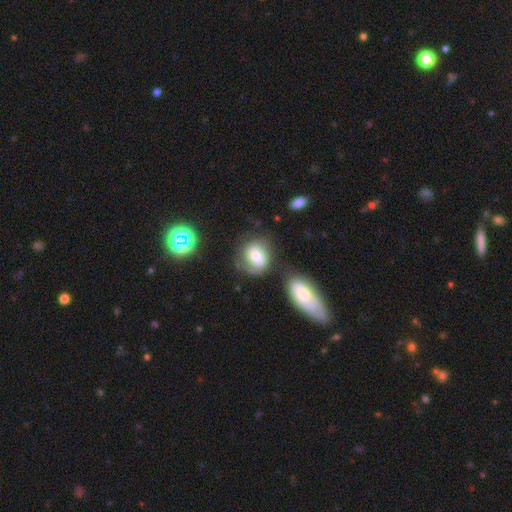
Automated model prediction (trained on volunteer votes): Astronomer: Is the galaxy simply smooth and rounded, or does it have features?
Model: smooth — 64%.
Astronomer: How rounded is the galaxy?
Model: round — 61% (runner-up: in between, 37%).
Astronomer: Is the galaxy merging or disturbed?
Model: none — 56%.